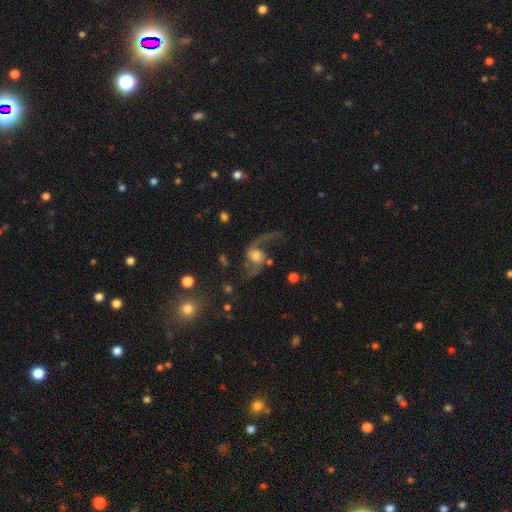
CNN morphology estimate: The model was most divided on "bulge size": moderate: 51%, large: 23%, small: 19%, dominant: 4%, none: 4%. More confident: edge-on disk — no (96%); spiral arms — yes (94%); spiral arm count — 2 (89%); spiral winding — loose (83%); smooth or featured — featured or disk (82%); bar — no (66%); merging — none (54%).